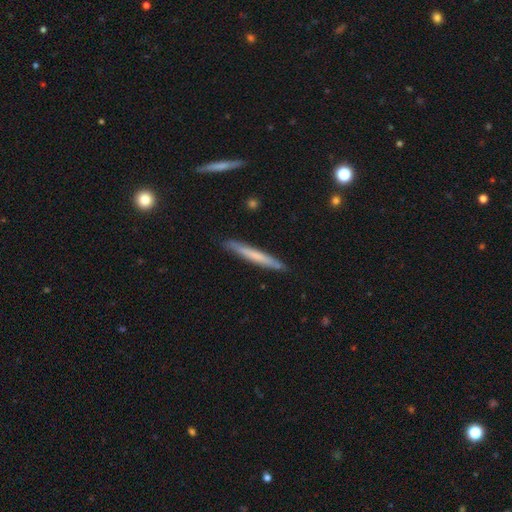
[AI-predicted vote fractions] Morphology: type=smooth (59%); roundness=cigar-shaped (96%); merging=none (88%).